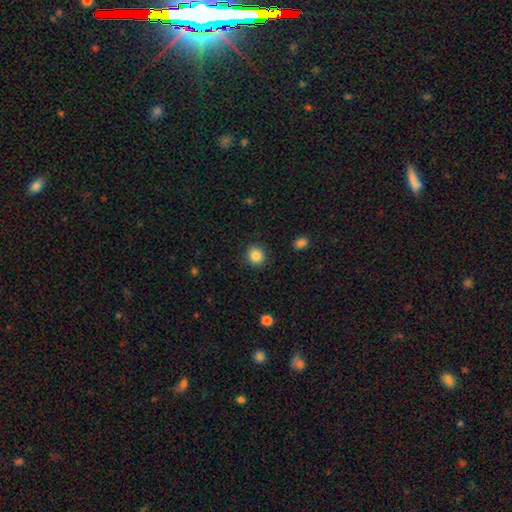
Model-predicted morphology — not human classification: A smooth galaxy with no disk features (85%) that is round (83%). Merging: none (91%).